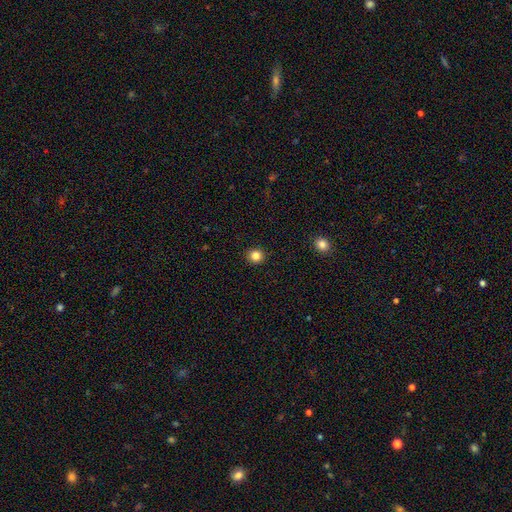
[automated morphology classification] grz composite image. It shows a smooth galaxy with no disk features (84%) that is round (93%). Merging: none (93%).